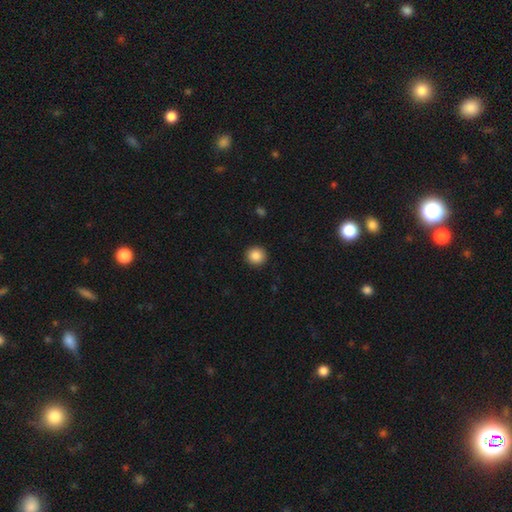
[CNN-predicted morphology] smooth_or_featured: smooth (p=0.87) [alt: star or artifact p=0.09]
how_rounded: round (p=0.94) [alt: in between p=0.05]
merging: none (p=0.93) [alt: minor disturbance p=0.05]